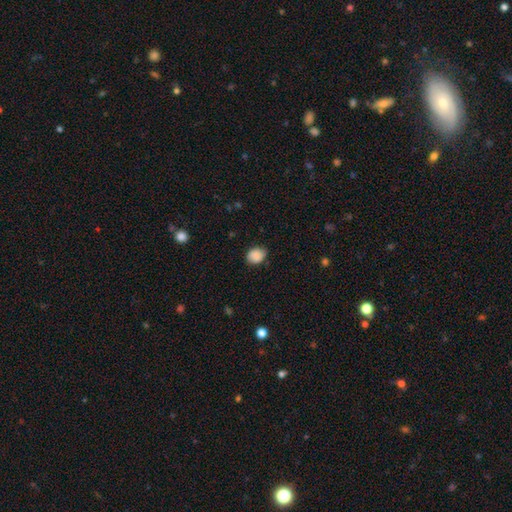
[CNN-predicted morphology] smooth_or_featured: smooth (p=0.85) [alt: star or artifact p=0.08]
how_rounded: in between (p=0.52) [alt: round p=0.47]
merging: none (p=0.70) [alt: minor disturbance p=0.24]